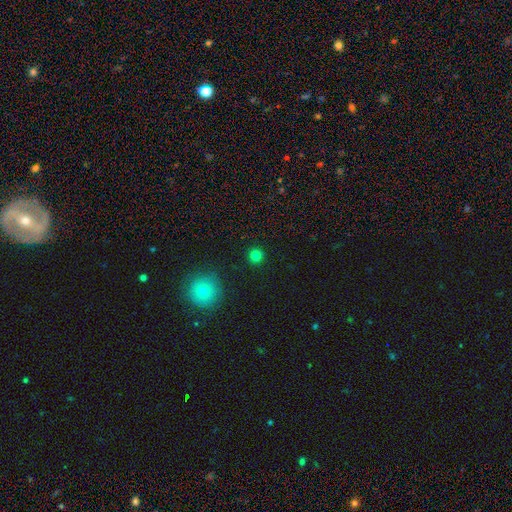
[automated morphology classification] The model was most divided on "smooth or featured": smooth: 80%, star or artifact: 16%, featured or disk: 4%. More confident: how rounded — round (95%); merging — none (91%).